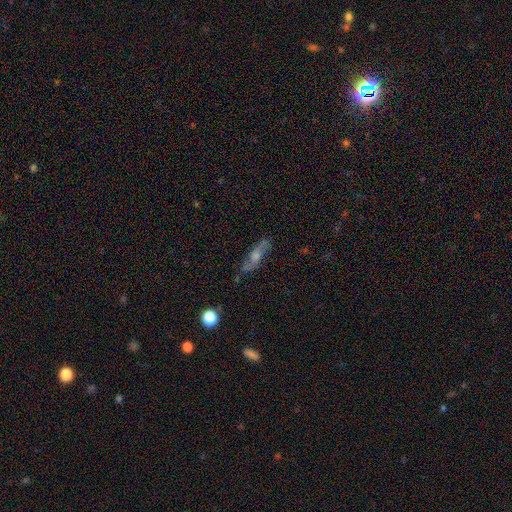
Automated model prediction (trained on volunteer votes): This appears to be a featured or disk galaxy (63%). Merging: none (80%).